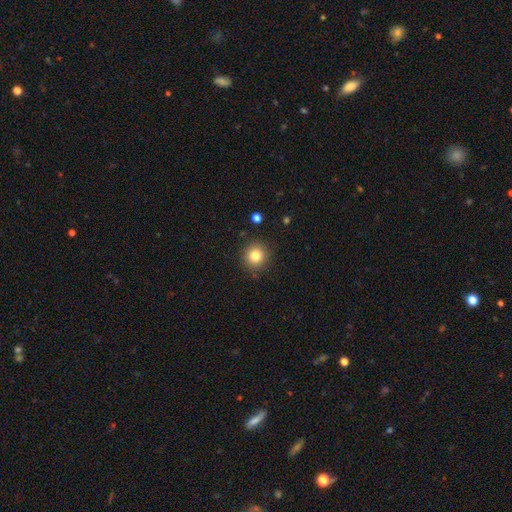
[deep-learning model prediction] smooth 82%, star or artifact 11%, featured or disk 6%. Down the decision tree: how rounded — round (92%); merging — none (89%).